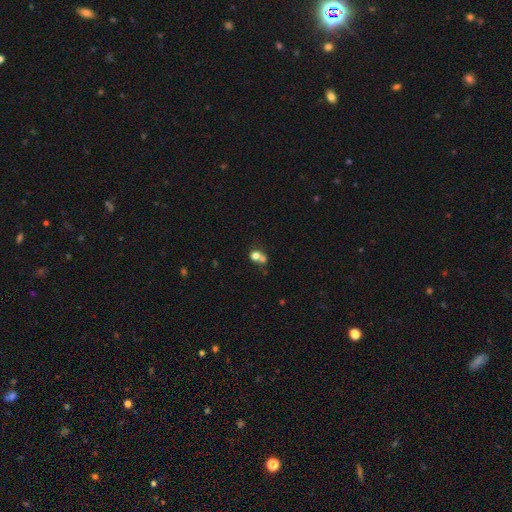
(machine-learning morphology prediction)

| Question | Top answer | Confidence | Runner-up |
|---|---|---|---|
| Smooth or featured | smooth | 70% | featured or disk (16%) |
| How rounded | round | 75% | in between (24%) |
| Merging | merger | 56% | none (33%) |